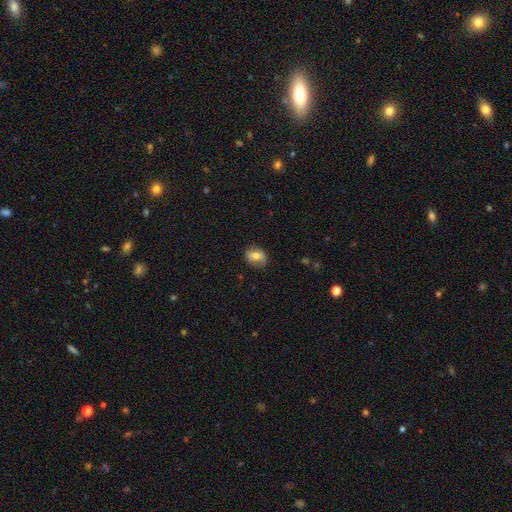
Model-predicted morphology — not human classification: A smooth galaxy with no disk features (71%) that is in between round and cigar-shaped (59%).

Vote fractions:
- Smooth or featured? smooth: 71% / featured or disk: 20% / star or artifact: 9%
- How rounded? in between: 59% / round: 39% / cigar-shaped: 1%
- Merging? none: 78% / minor disturbance: 17% / major disturbance: 4% / merger: 1%